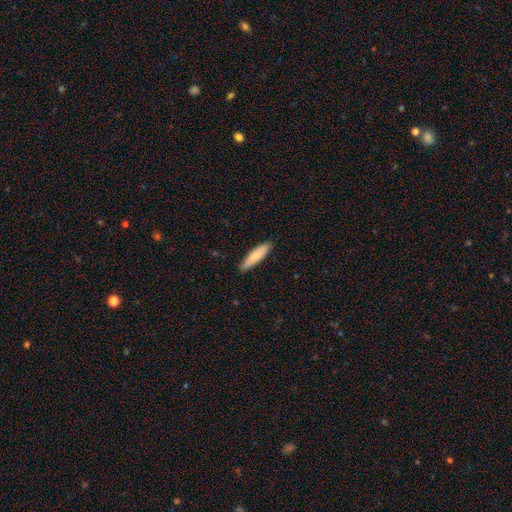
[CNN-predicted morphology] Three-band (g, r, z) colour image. It shows a smooth galaxy with no disk features (80%) that is cigar-shaped (74%). Merging: none (87%).